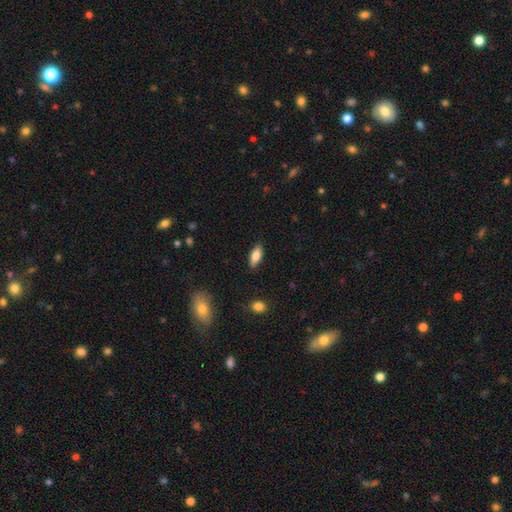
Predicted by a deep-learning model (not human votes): Morphology: type=smooth (77%); roundness=in between (78%); merging=none (86%).